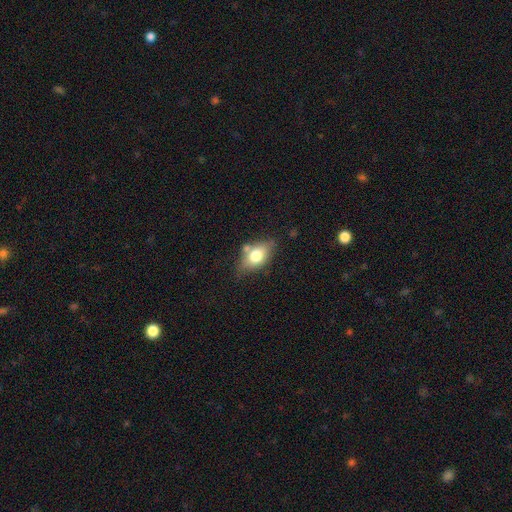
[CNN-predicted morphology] Smooth or featured: smooth — 69% (featured or disk — 23%)
How rounded: in between — 84% (round — 11%)
Merging: none — 62% (minor disturbance — 22%)